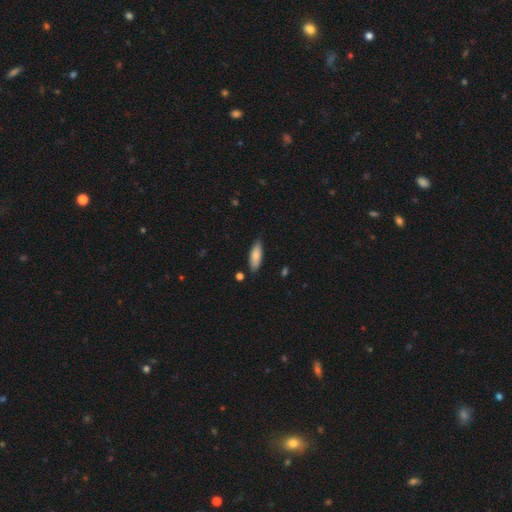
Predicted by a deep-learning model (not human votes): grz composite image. It shows a smooth galaxy with no disk features (81%) that is in between round and cigar-shaped (61%). Merging: none (79%).